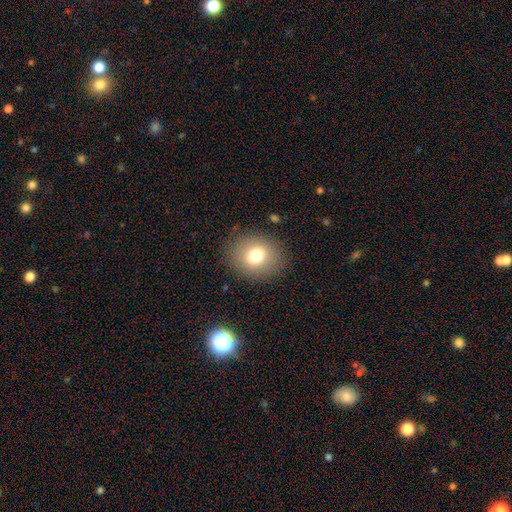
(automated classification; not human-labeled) smooth-or-featured: smooth: 76% | featured or disk: 13% | star or artifact: 11%
  how-rounded: round: 65% | in between: 34% | cigar-shaped: 1%
  merging: none: 86% | minor disturbance: 9% | major disturbance: 4% | merger: 1%